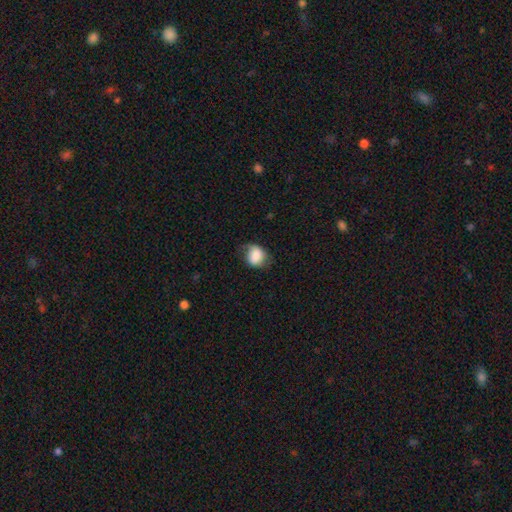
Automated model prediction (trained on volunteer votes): Smooth or featured? smooth (80%)
How rounded? round (55%)
Merging? none (54%)